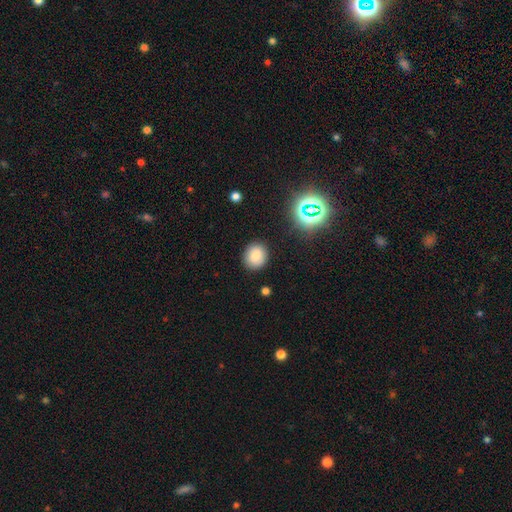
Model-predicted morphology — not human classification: This is clearly a smooth galaxy (80%). How rounded: likely round (75%). Merging: clearly none (88%).